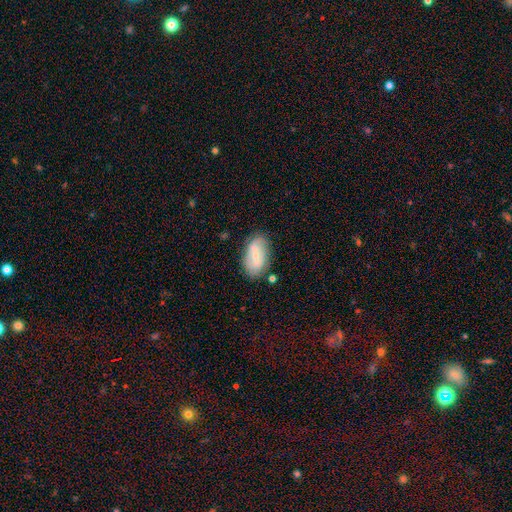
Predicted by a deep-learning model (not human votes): Smooth or featured? Predicted: smooth (p=0.50). Merging? Predicted: none (p=0.76).